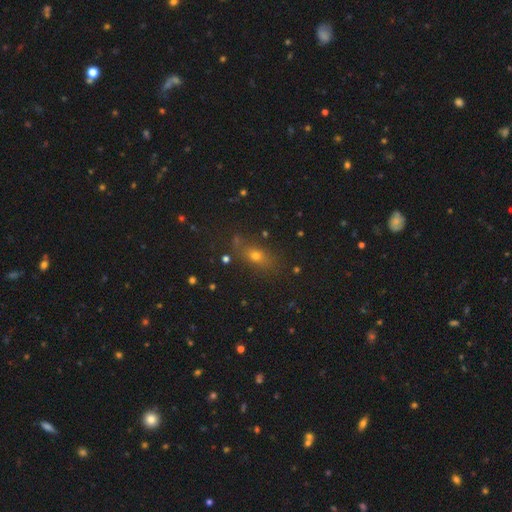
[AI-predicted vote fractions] This appears to be a smooth galaxy with no disk features (61%) that is in between round and cigar-shaped (59%). Merging: none (74%).